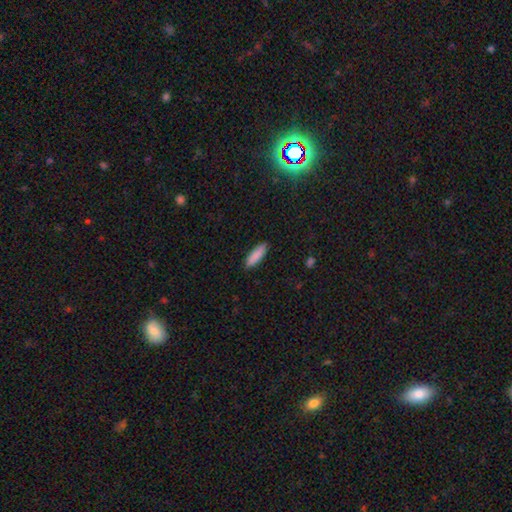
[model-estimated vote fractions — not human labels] A smooth galaxy with no disk features (89%) that is cigar-shaped (54%). Merging: none (89%).